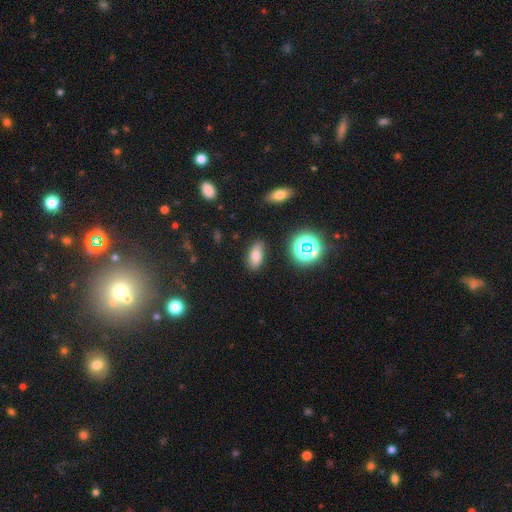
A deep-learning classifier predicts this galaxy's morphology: Overall: smooth (69%). How rounded: in between (85%). Merging: none (83%).